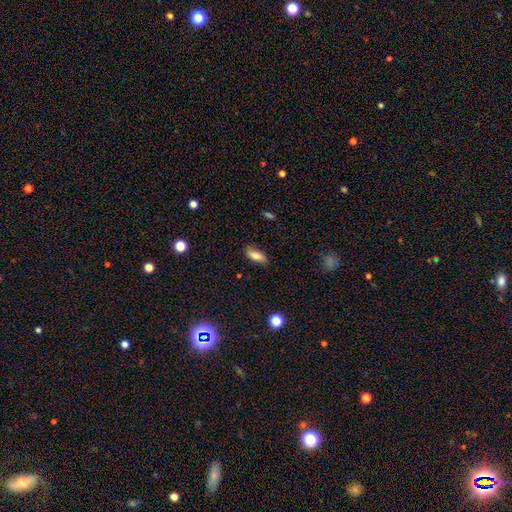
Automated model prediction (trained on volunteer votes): smooth 78%, featured or disk 14%, star or artifact 8%. Down the decision tree: how rounded — in between (77%); merging — none (81%).